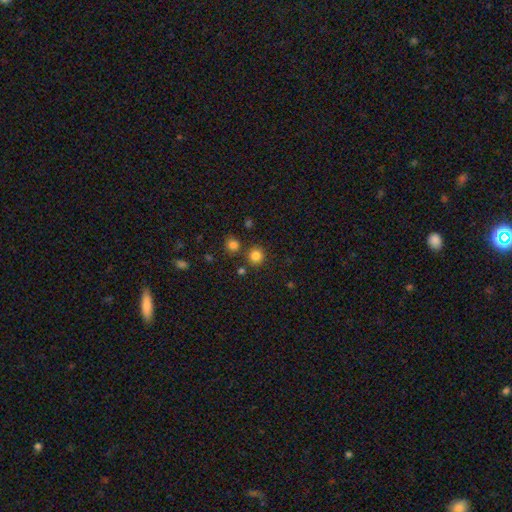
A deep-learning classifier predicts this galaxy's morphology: Smooth or featured? Predicted: smooth (p=0.82). How rounded? Predicted: round (p=0.92). Merging? Predicted: none (p=0.82).